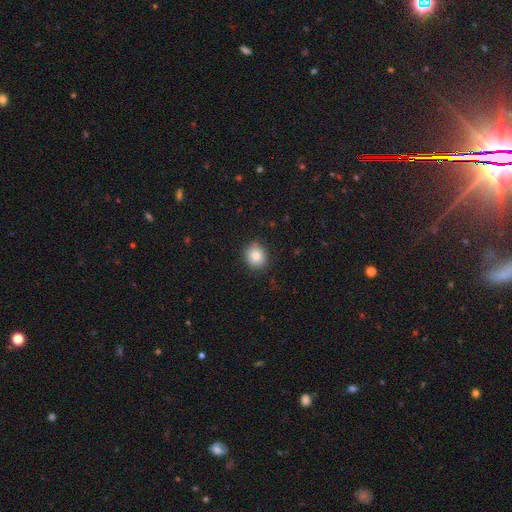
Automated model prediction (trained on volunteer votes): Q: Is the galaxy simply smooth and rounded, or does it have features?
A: smooth — 84%.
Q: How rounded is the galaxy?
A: round — 83%.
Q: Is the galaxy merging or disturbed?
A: none — 87%.